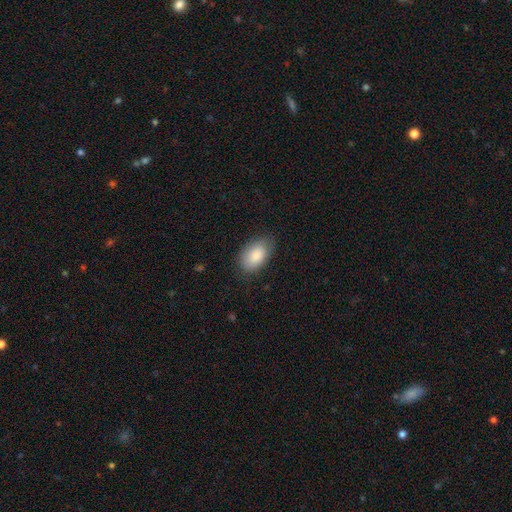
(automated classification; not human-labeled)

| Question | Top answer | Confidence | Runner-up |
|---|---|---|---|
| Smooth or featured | smooth | 87% | featured or disk (7%) |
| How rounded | in between | 94% | round (5%) |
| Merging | none | 78% | minor disturbance (17%) |